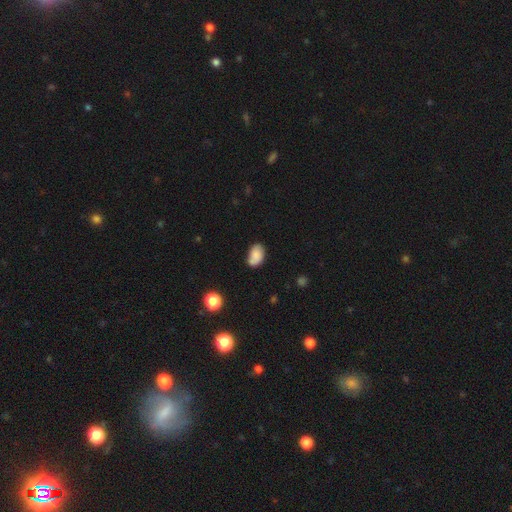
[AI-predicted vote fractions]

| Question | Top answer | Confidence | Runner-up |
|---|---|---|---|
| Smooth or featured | smooth | 82% | featured or disk (9%) |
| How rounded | in between | 89% | round (9%) |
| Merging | none | 64% | minor disturbance (24%) |